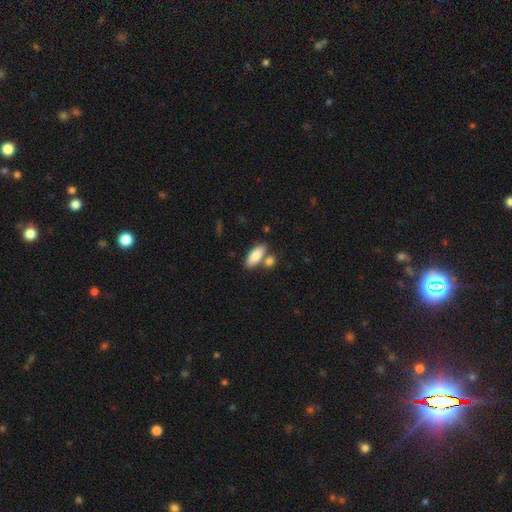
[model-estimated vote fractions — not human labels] A smooth galaxy with no disk features (84%) that is in between round and cigar-shaped (85%). Merging: none (61%).